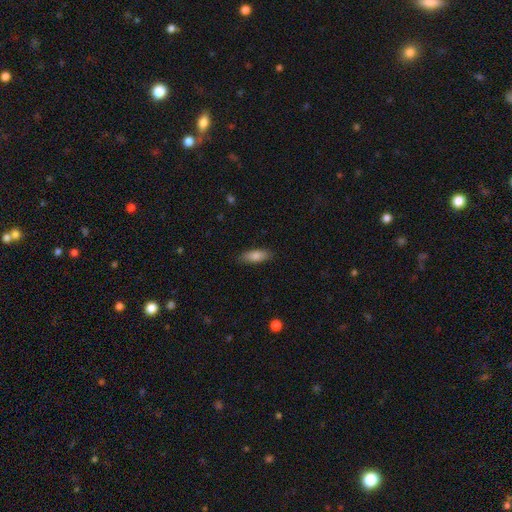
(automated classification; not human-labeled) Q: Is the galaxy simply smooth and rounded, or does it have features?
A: smooth — 82%.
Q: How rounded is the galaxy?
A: in between — 70%.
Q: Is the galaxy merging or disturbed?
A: none — 86%.